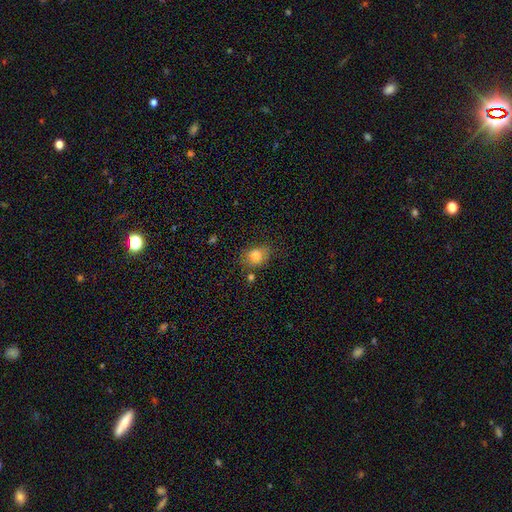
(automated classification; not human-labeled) Smooth or featured? smooth (80%)
How rounded? in between (57%)
Merging? none (67%)